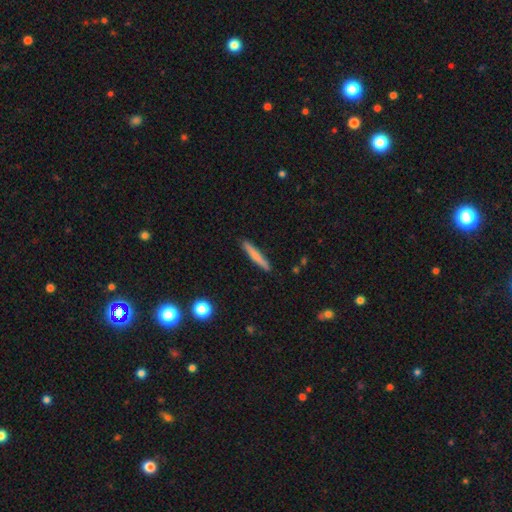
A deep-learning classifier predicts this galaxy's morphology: smooth_or_featured: smooth (p=0.70) [alt: featured or disk p=0.24]
how_rounded: cigar-shaped (p=0.95) [alt: in between p=0.04]
merging: none (p=0.89) [alt: minor disturbance p=0.08]